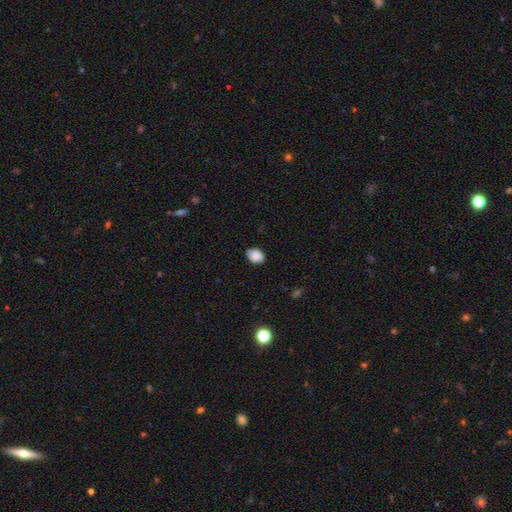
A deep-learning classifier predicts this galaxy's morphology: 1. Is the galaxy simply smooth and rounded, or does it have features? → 85% smooth, 9% star or artifact, 6% featured or disk.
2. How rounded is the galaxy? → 61% in between, 38% round, 1% cigar-shaped.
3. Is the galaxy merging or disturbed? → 79% none, 17% minor disturbance, 3% major disturbance, 1% merger.